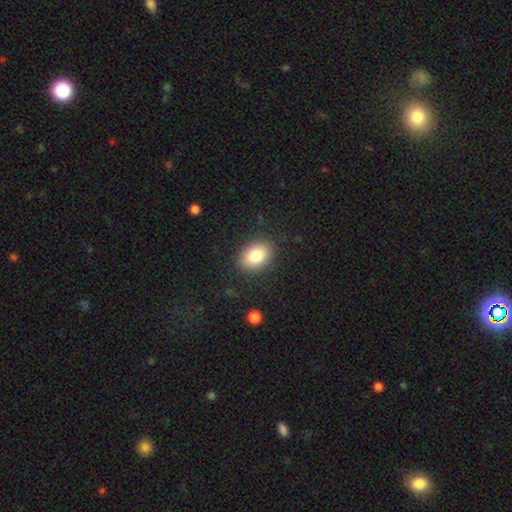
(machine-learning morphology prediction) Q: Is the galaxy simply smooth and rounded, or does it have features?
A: smooth — 82%.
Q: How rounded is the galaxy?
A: in between — 75%.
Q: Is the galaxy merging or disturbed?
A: none — 86%.